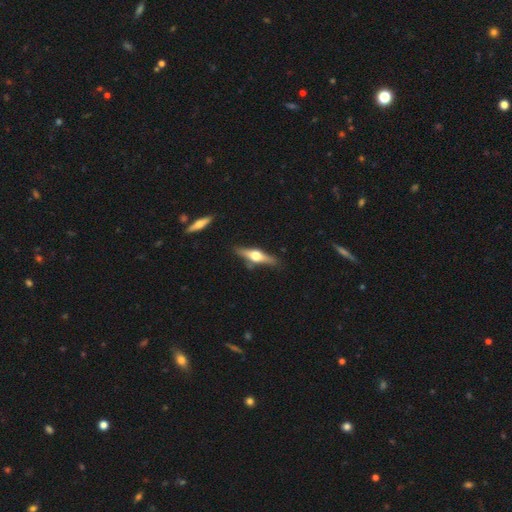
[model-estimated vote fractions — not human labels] Overall: featured or disk (72%). Edge-on disk: yes (97%). Edge-on bulge: rounded (95%). Merging: none (84%).